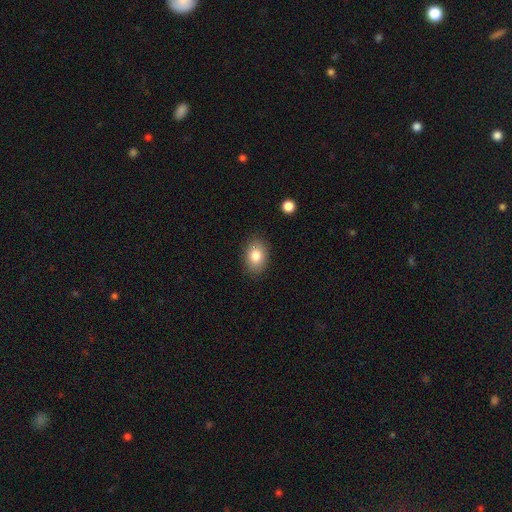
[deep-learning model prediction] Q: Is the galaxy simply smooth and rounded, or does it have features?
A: smooth — 81%.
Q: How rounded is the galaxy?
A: in between — 74%.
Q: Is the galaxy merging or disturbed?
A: none — 87%.